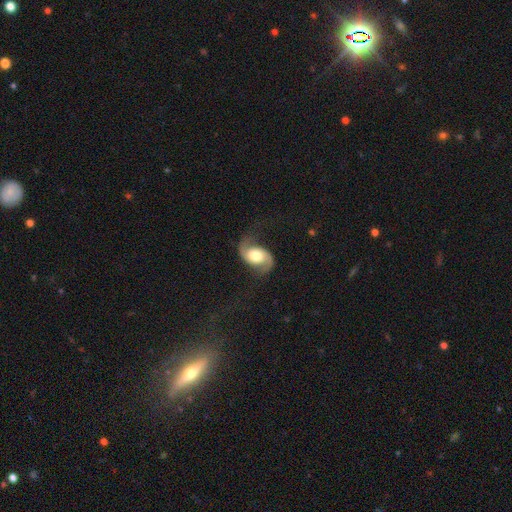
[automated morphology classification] Smooth or featured? Predicted: featured or disk (p=0.82). Edge-on disk? Predicted: no (p=0.97). Bar? Predicted: no (p=0.61). Spiral arms? Predicted: yes (p=0.95). Spiral winding? Predicted: loose (p=0.51). Spiral arm count? Predicted: 2 (p=0.92). Bulge size? Predicted: moderate (p=0.56). Merging? Predicted: none (p=0.66).